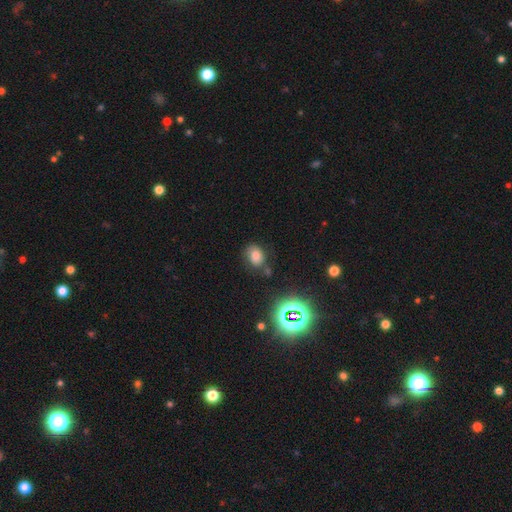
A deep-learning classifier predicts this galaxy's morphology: Smooth or featured: smooth — 64% (star or artifact — 21%)
How rounded: in between — 57% (round — 42%)
Merging: none — 65% (minor disturbance — 20%)